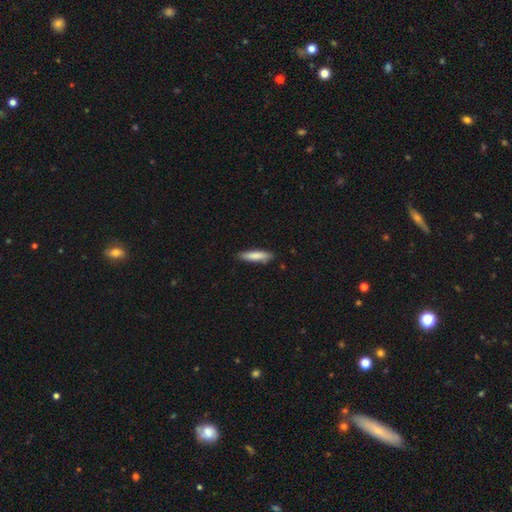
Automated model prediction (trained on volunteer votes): Smooth or featured? Predicted: smooth (p=0.84). How rounded? Predicted: cigar-shaped (p=0.75). Merging? Predicted: none (p=0.86).